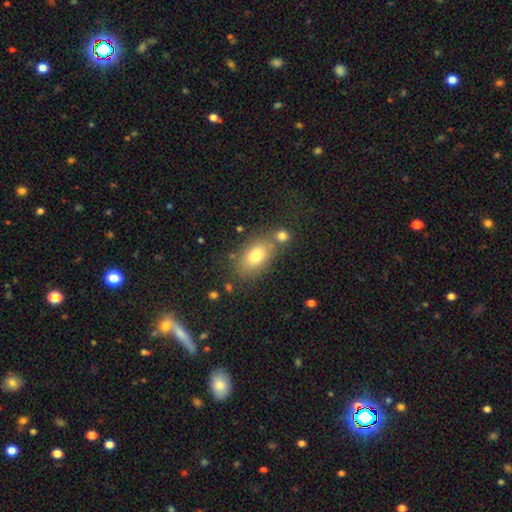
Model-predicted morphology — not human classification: smooth_or_featured: smooth (p=0.76) [alt: featured or disk p=0.15]
how_rounded: in between (p=0.85) [alt: round p=0.12]
merging: none (p=0.64) [alt: merger p=0.18]